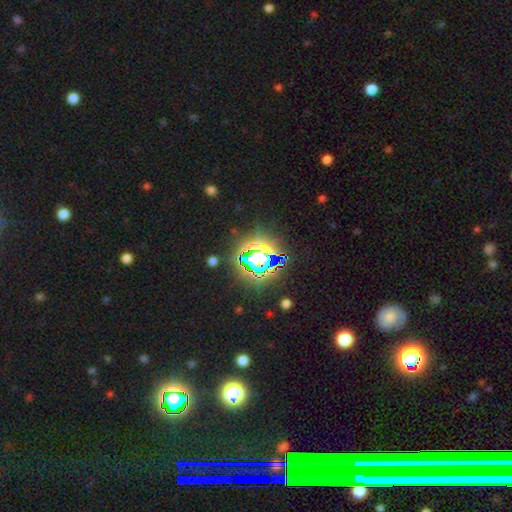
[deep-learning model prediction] Smooth or featured? star or artifact (70%)